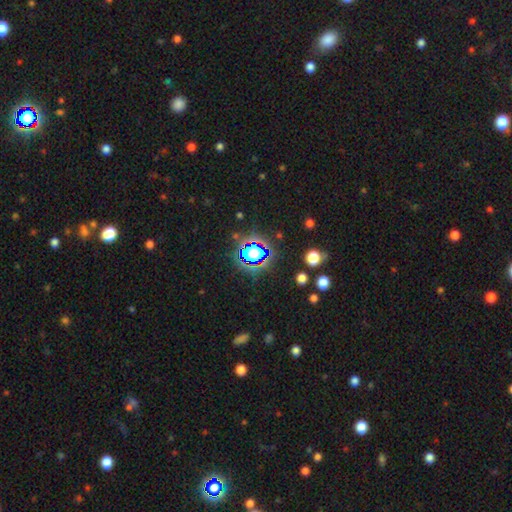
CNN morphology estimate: type=star or artifact (57%).